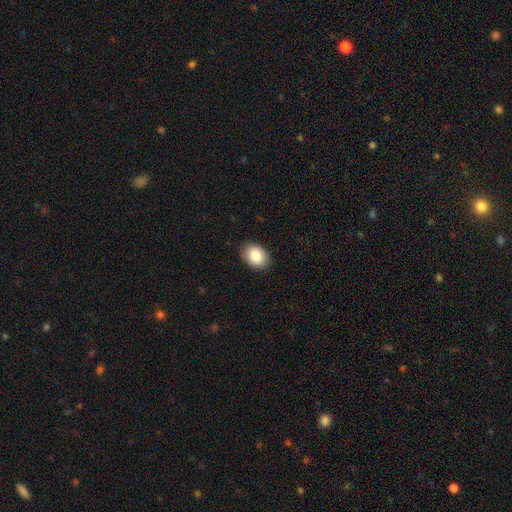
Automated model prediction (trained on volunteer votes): The model was most divided on "how rounded": in between: 73%, round: 26%, cigar-shaped: 1%. More confident: merging — none (88%); smooth or featured — smooth (85%).